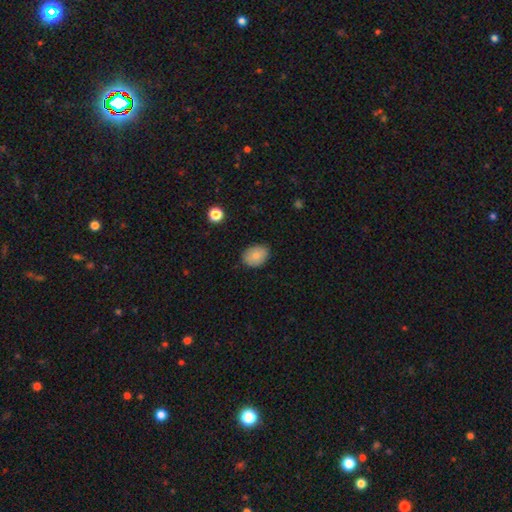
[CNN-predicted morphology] A smooth galaxy with no disk features (81%) that is in between round and cigar-shaped (61%).

Vote fractions:
- Smooth or featured? smooth: 81% / featured or disk: 11% / star or artifact: 8%
- How rounded? in between: 61% / round: 38% / cigar-shaped: 1%
- Merging? none: 83% / minor disturbance: 13% / major disturbance: 2% / merger: 1%